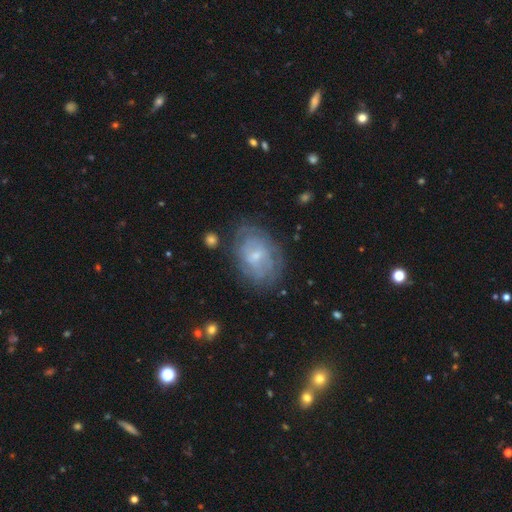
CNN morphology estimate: smooth-or-featured: featured or disk: 64% | smooth: 28% | star or artifact: 8%
  disk-edge-on: no: 96% | yes: 4%
    bar: no: 51% | weak: 42% | strong: 7%
    has-spiral-arms: yes: 72% | no: 28%
    bulge-size: small: 68% | moderate: 26% | none: 3% | large: 2% | dominant: 1%
  merging: none: 70% | minor disturbance: 20% | major disturbance: 8% | merger: 2%